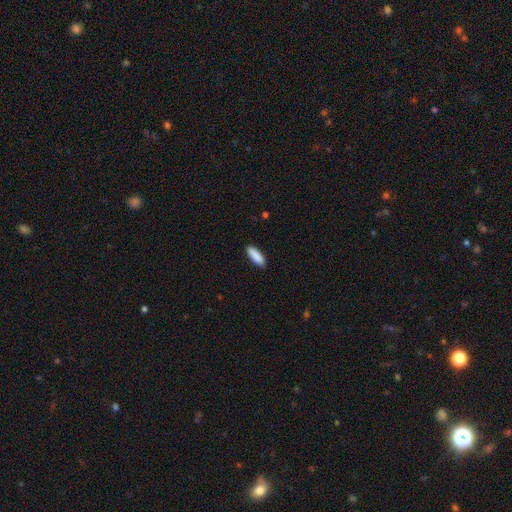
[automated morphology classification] smooth-or-featured: smooth: 90% | star or artifact: 6% | featured or disk: 4%
  how-rounded: in between: 54% | cigar-shaped: 44% | round: 2%
  merging: none: 89% | minor disturbance: 8% | major disturbance: 2% | merger: 1%